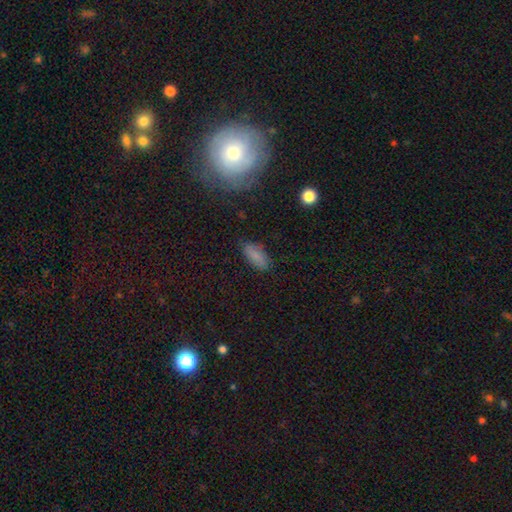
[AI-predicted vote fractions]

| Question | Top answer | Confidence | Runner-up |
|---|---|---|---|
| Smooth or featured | smooth | 80% | star or artifact (10%) |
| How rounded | in between | 86% | cigar-shaped (12%) |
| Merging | none | 79% | minor disturbance (15%) |